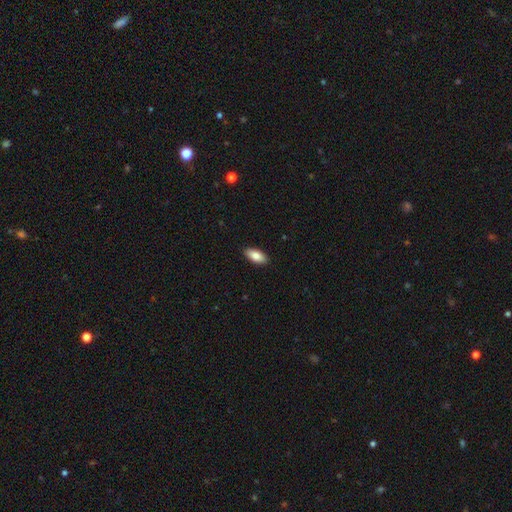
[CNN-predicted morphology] Smooth or featured?
  - smooth: 84% *
  - featured or disk: 9%
  - star or artifact: 6%
How rounded?
  - in between: 90% *
  - cigar-shaped: 8%
  - round: 2%
Merging?
  - none: 90% *
  - minor disturbance: 8%
  - major disturbance: 2%
  - merger: 1%